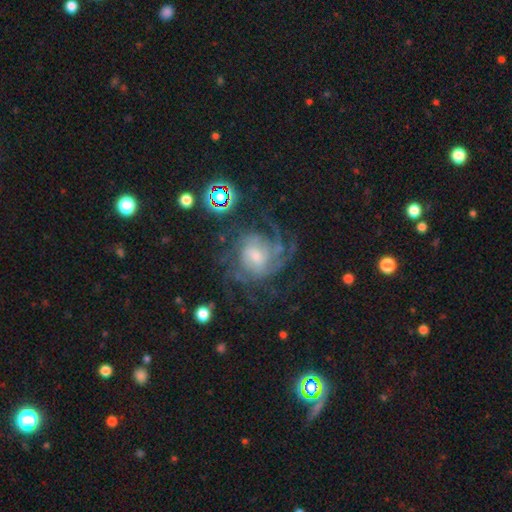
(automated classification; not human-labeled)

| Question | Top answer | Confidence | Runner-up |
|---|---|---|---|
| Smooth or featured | featured or disk | 79% | star or artifact (12%) |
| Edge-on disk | no | 97% | yes (3%) |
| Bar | no | 49% | weak (42%) |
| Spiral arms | yes | 93% | no (7%) |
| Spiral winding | tight | 44% | medium (40%) |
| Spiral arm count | can't tell | 38% | 3 (17%) |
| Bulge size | small | 46% | moderate (40%) |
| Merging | none | 59% | major disturbance (22%) |